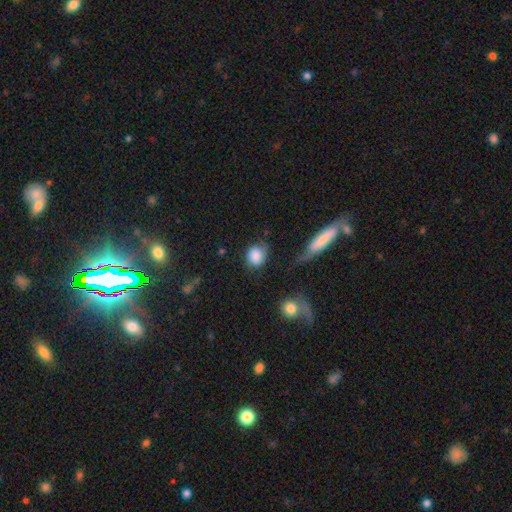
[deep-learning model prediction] smooth-or-featured: smooth: 82% | featured or disk: 10% | star or artifact: 8%
  how-rounded: round: 63% | in between: 35% | cigar-shaped: 2%
  merging: none: 55% | minor disturbance: 27% | major disturbance: 11% | merger: 7%